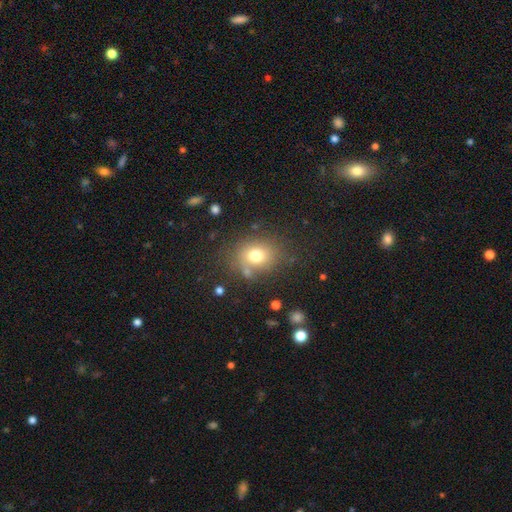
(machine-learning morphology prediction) Overall: smooth (72%). How rounded: round (60%; in between 39%). Merging: none (72%).